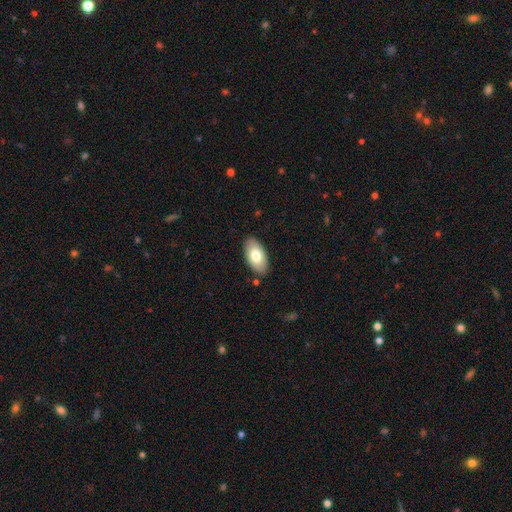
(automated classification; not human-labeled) A smooth galaxy with no disk features (75%) that is in between round and cigar-shaped (95%). Merging: none (87%).